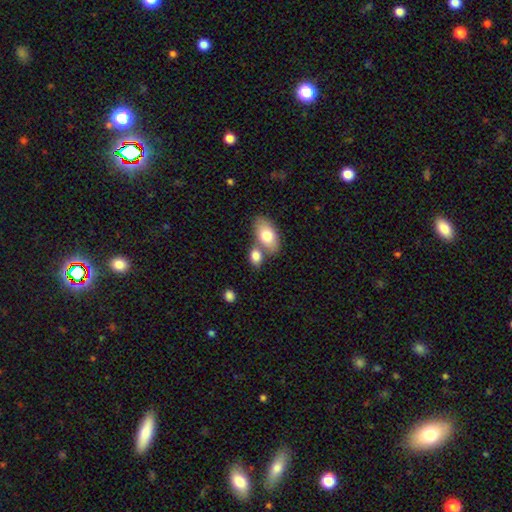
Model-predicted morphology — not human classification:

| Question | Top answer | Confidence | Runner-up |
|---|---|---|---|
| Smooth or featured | smooth | 80% | featured or disk (13%) |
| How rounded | in between | 83% | round (14%) |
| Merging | none | 44% | merger (43%) |